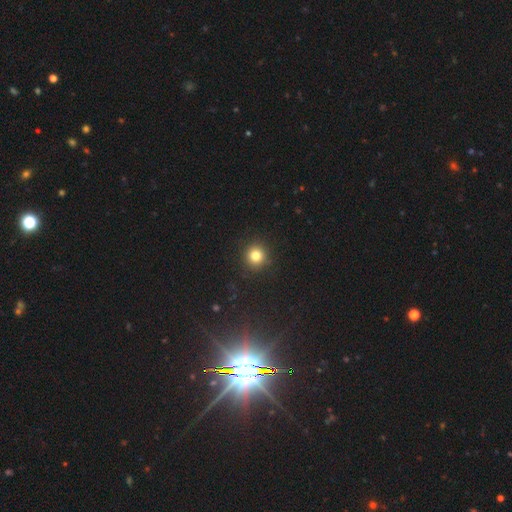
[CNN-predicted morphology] This appears to be a smooth galaxy with no disk features (81%) that is round (94%). Merging: none (91%).